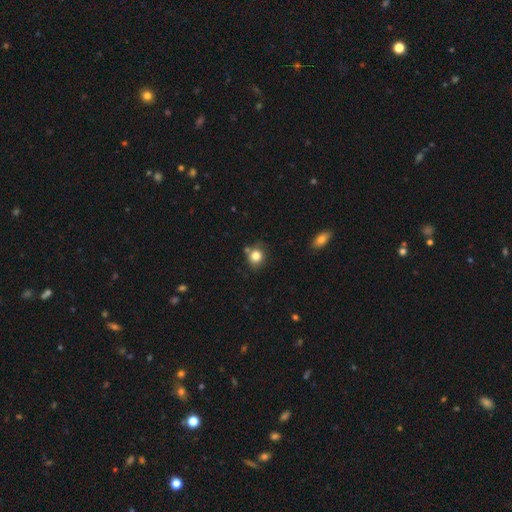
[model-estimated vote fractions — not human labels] Smooth or featured? smooth (82%)
How rounded? round (77%)
Merging? none (70%)